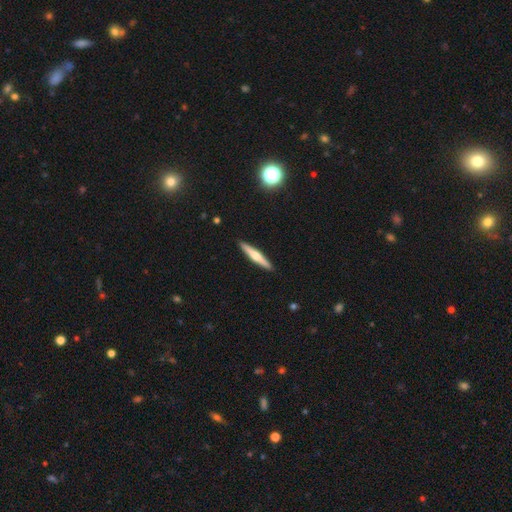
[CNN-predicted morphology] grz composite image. It shows a featured or disk galaxy (56%) viewed edge-on (97%) with a rounded central bulge (83%). Merging: none (92%).